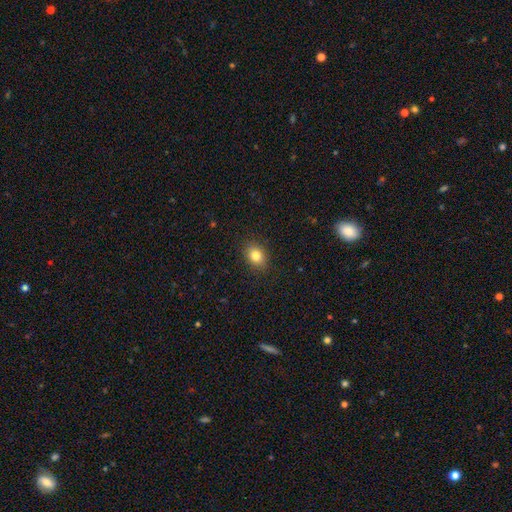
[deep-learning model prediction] smooth_or_featured: smooth (p=0.82) [alt: star or artifact p=0.10]
how_rounded: in between (p=0.60) [alt: round p=0.39]
merging: none (p=0.89) [alt: minor disturbance p=0.08]